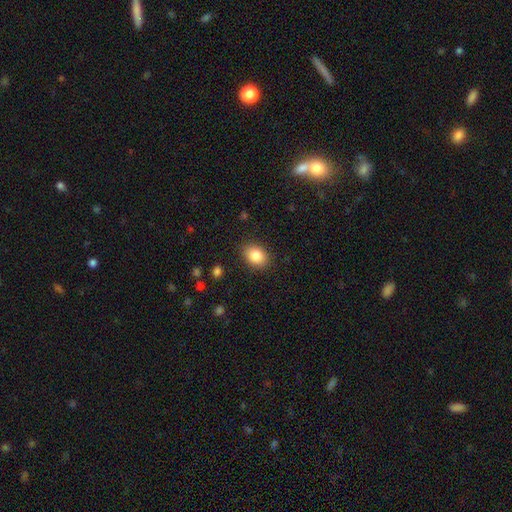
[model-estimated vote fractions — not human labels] Q: Smooth or featured?
A: smooth (85%); runner-up: star or artifact (8%)
Q: How rounded?
A: in between (65%); runner-up: round (35%)
Q: Merging?
A: none (87%); runner-up: minor disturbance (9%)